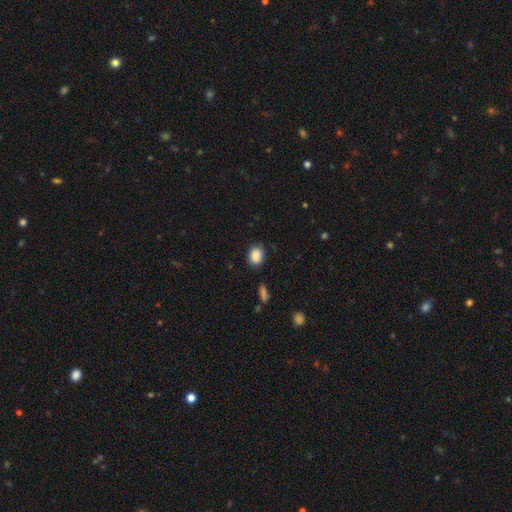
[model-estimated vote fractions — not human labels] smooth 87%, star or artifact 8%, featured or disk 4%. Down the decision tree: how rounded — in between (59%); merging — none (83%).